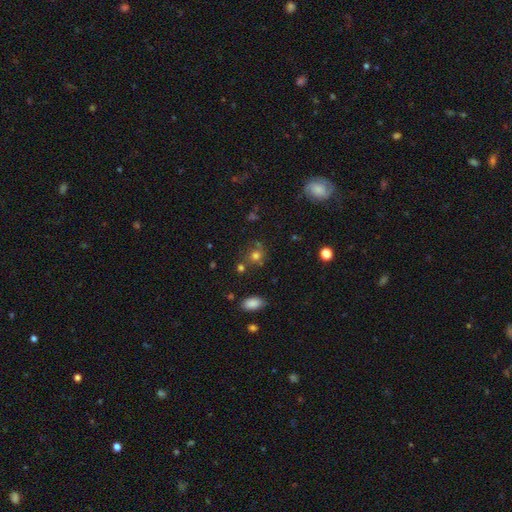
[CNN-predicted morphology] Q: Smooth or featured?
A: smooth (71%); runner-up: star or artifact (19%)
Q: How rounded?
A: round (77%); runner-up: in between (22%)
Q: Merging?
A: none (68%); runner-up: merger (14%)